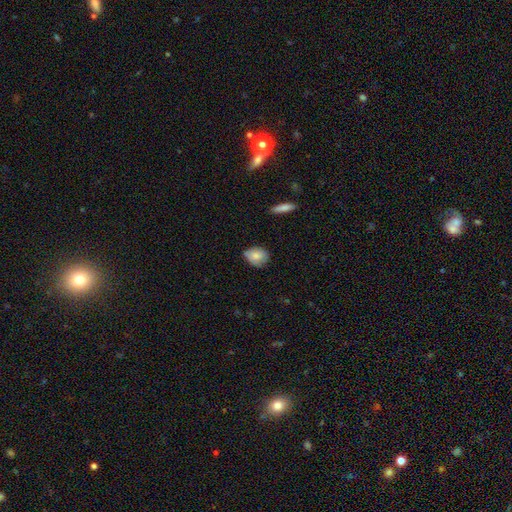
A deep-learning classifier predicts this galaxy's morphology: This appears to be a smooth galaxy with no disk features (78%) that is in between round and cigar-shaped (60%). Merging: none (68%).